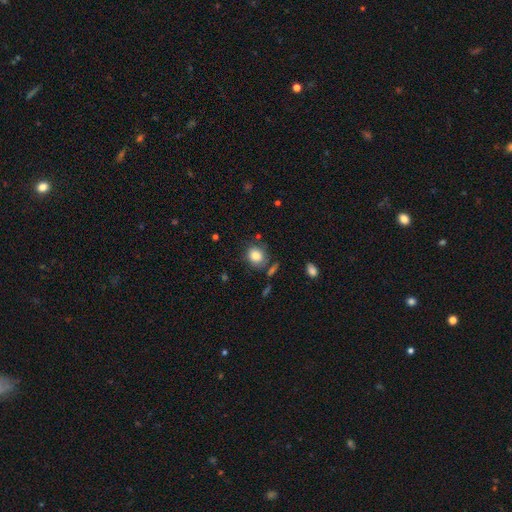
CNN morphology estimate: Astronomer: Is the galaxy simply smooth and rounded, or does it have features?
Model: smooth — 83%.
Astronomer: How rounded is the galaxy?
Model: round — 72%.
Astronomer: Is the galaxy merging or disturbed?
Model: none — 75%.